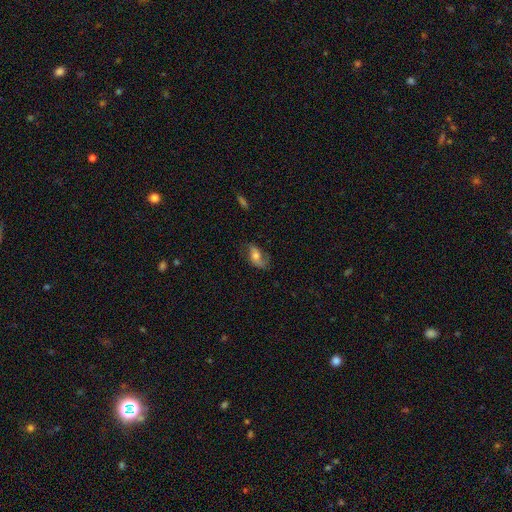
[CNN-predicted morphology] smooth-or-featured: featured or disk: 58% | smooth: 33% | star or artifact: 9%
  disk-edge-on: no: 92% | yes: 8%
    bar: no: 56% | weak: 31% | strong: 13%
    has-spiral-arms: yes: 86% | no: 14%
    bulge-size: moderate: 60% | small: 23% | large: 12% | none: 3% | dominant: 2%
  merging: none: 60% | minor disturbance: 23% | major disturbance: 15% | merger: 2%